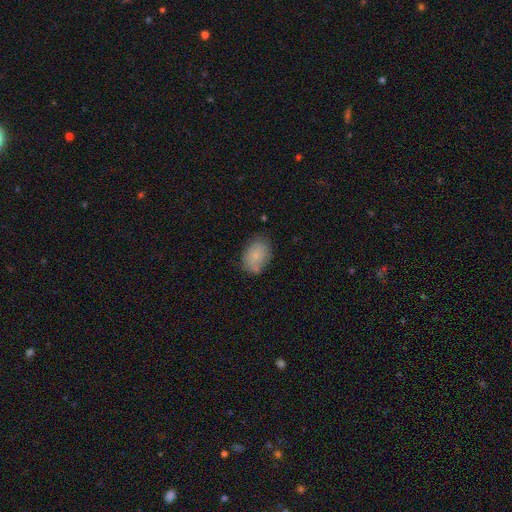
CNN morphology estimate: Q: Smooth or featured?
A: smooth (78%); runner-up: featured or disk (14%)
Q: How rounded?
A: in between (79%); runner-up: round (19%)
Q: Merging?
A: none (70%); runner-up: minor disturbance (23%)